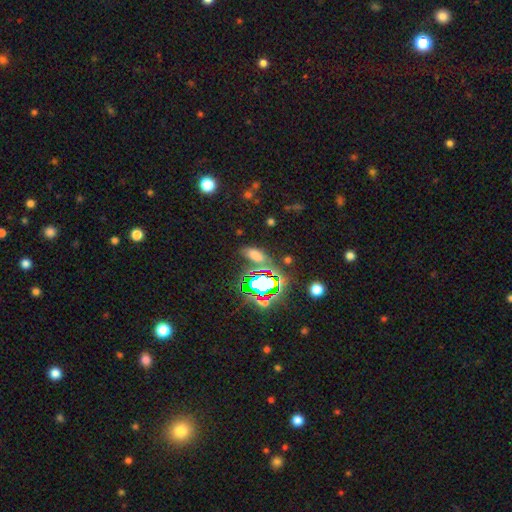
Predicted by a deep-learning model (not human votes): Morphology: type=smooth (53%); roundness=in between (80%); merging=none (67%).